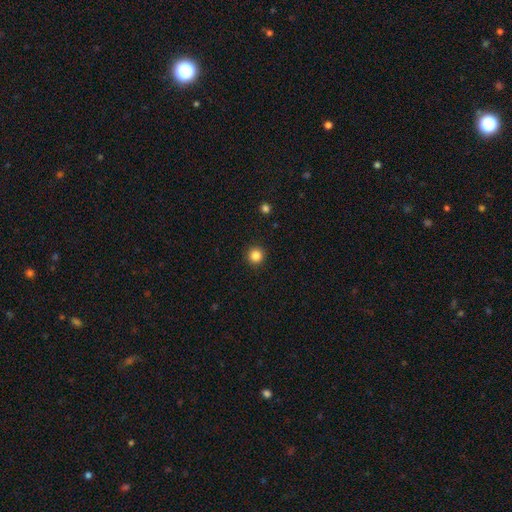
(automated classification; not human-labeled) This is clearly a smooth galaxy (85%). How rounded: clearly round (96%). Merging: clearly none (93%).